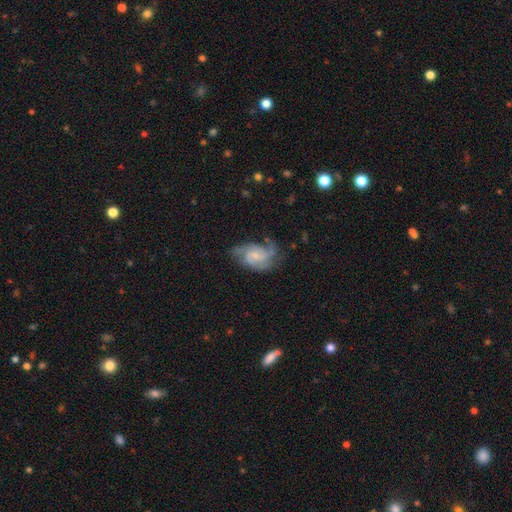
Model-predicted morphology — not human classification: A featured or disk galaxy (81%) with a weak bar (47%), 2 (41%) medium (50%) spiral arms (96%) and a small central bulge (53%).

Vote fractions:
- Smooth or featured? featured or disk: 81% / smooth: 13% / star or artifact: 6%
- Edge-on disk? no: 98% / yes: 2%
- Bar? weak: 47% / no: 44% / strong: 9%
- Spiral arms? yes: 96% / no: 4%
- Spiral winding? medium: 50% / tight: 34% / loose: 16%
- Spiral arm count? 2: 41% / 3: 32% / can't tell: 14% / 4: 5% / 1: 4% / more than 4: 3%
- Bulge size? small: 53% / moderate: 25% / none: 19% / large: 2% / dominant: 1%
- Merging? none: 60% / minor disturbance: 24% / major disturbance: 14% / merger: 2%